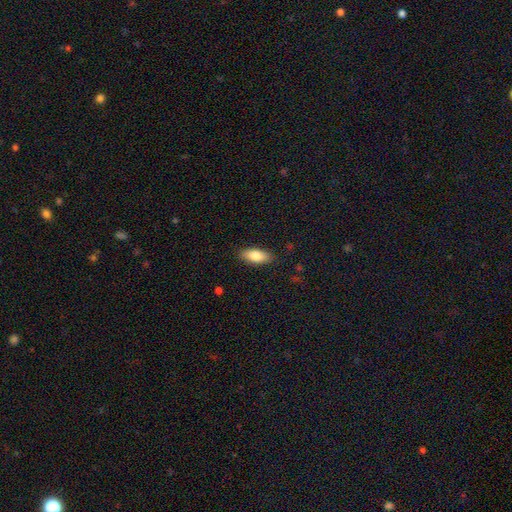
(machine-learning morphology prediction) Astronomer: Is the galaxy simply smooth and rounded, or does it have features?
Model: smooth — 81%.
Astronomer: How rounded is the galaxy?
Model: in between — 83%.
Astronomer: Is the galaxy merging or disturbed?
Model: none — 86%.